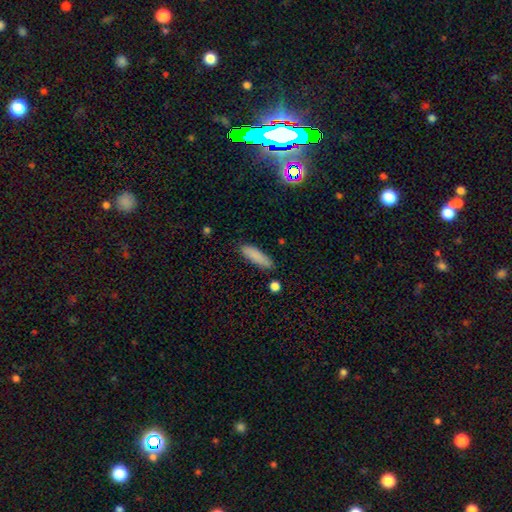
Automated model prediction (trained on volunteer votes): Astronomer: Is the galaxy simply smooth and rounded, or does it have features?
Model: smooth — 85%.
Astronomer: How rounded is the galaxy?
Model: cigar-shaped — 64%.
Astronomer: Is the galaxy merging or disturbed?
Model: none — 84%.